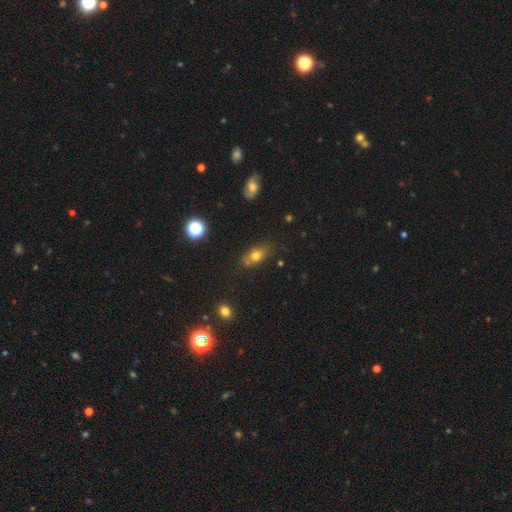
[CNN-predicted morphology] Smooth or featured: smooth — 70% (featured or disk — 16%)
How rounded: in between — 73% (round — 19%)
Merging: none — 68% (minor disturbance — 20%)